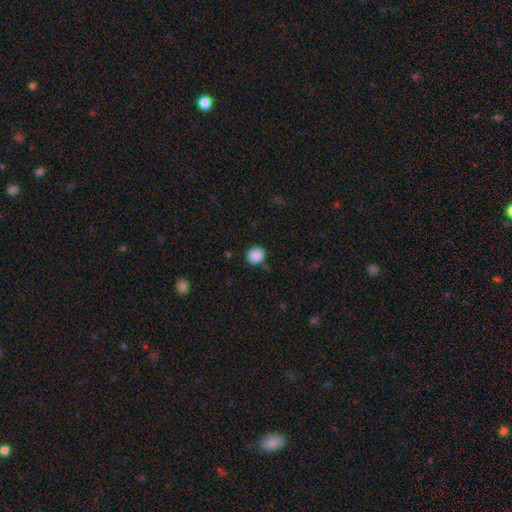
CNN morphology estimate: Overall: smooth (88%). How rounded: round (92%). Merging: none (86%).